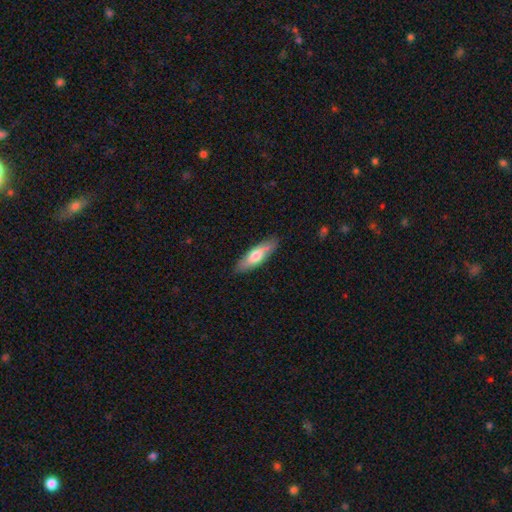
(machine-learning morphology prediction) Smooth or featured? Predicted: smooth (p=0.65). How rounded? Predicted: cigar-shaped (p=0.53). Merging? Predicted: none (p=0.84).